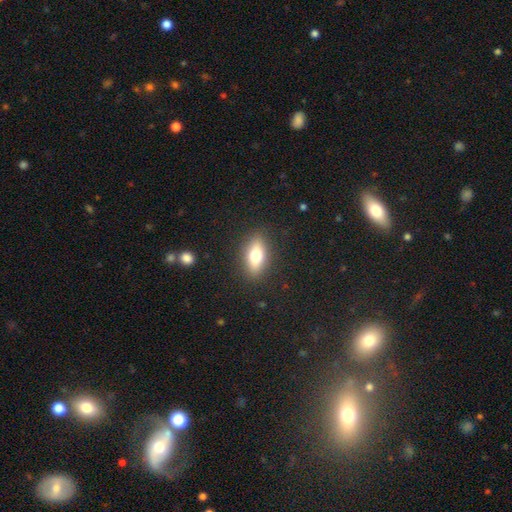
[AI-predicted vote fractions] smooth 72%, featured or disk 20%, star or artifact 8%. Down the decision tree: how rounded — in between (80%); merging — none (87%).